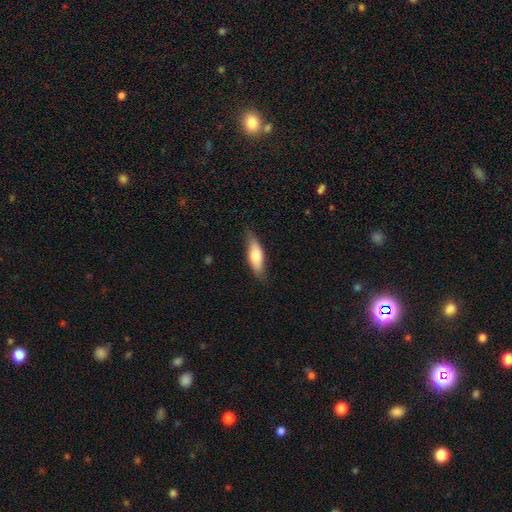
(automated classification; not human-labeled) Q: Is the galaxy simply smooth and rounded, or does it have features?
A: smooth — 73%.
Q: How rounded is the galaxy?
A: in between — 57%.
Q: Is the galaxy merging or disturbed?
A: none — 78%.